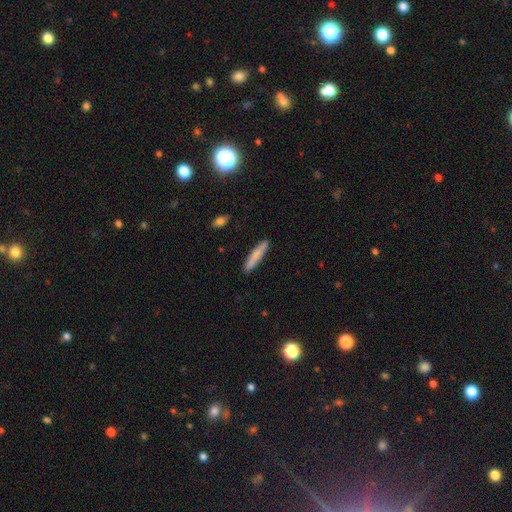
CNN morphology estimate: Smooth or featured: smooth — 76% (featured or disk — 18%)
How rounded: cigar-shaped — 93% (in between — 6%)
Merging: none — 88% (minor disturbance — 9%)